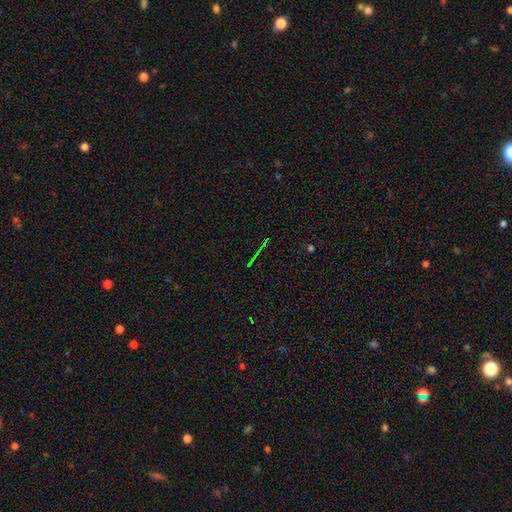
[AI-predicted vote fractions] Q: Smooth or featured?
A: star or artifact (76%); runner-up: featured or disk (12%)